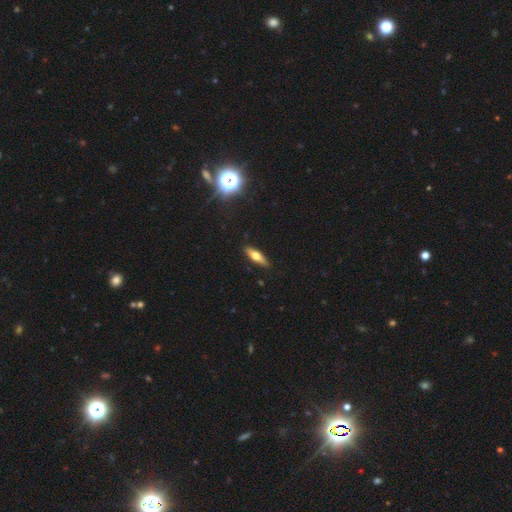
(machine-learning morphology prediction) Smooth or featured? smooth (49%)
Merging? none (88%)